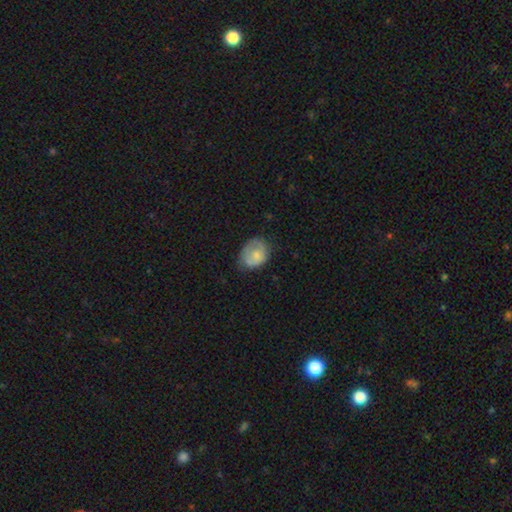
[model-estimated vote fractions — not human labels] smooth-or-featured: smooth: 69% | featured or disk: 24% | star or artifact: 7%
  how-rounded: in between: 59% | round: 40% | cigar-shaped: 1%
  merging: none: 53% | minor disturbance: 32% | major disturbance: 13% | merger: 2%